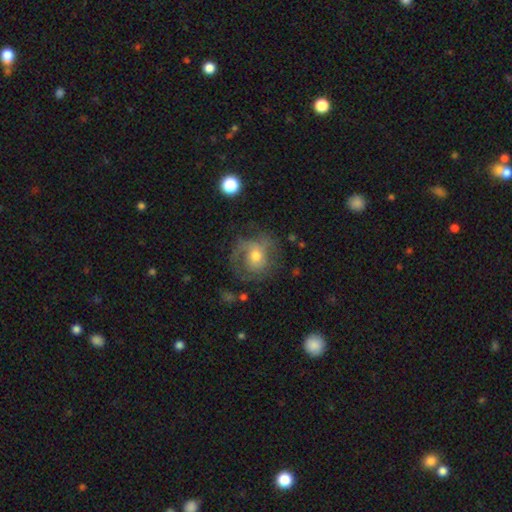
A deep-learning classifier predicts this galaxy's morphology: smooth-or-featured: featured or disk: 59% | smooth: 32% | star or artifact: 9%
  disk-edge-on: no: 97% | yes: 3%
    bar: no: 75% | weak: 21% | strong: 4%
    has-spiral-arms: yes: 73% | no: 27%
    bulge-size: moderate: 65% | small: 26% | large: 7% | none: 2% | dominant: 1%
  merging: none: 53% | major disturbance: 24% | minor disturbance: 21% | merger: 2%